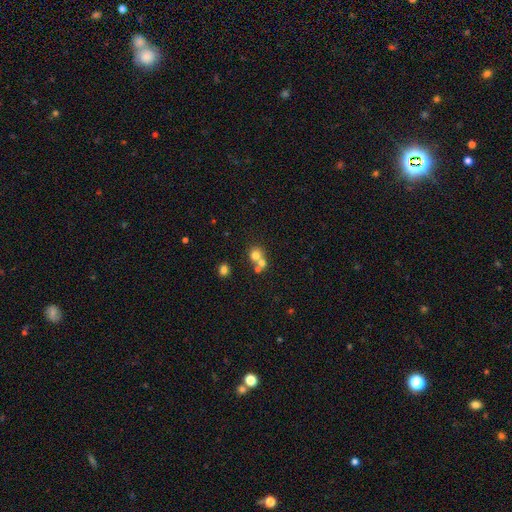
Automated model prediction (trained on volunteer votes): This appears to be a smooth galaxy with no disk features (70%) that is round (82%). Merging: merger (52%).